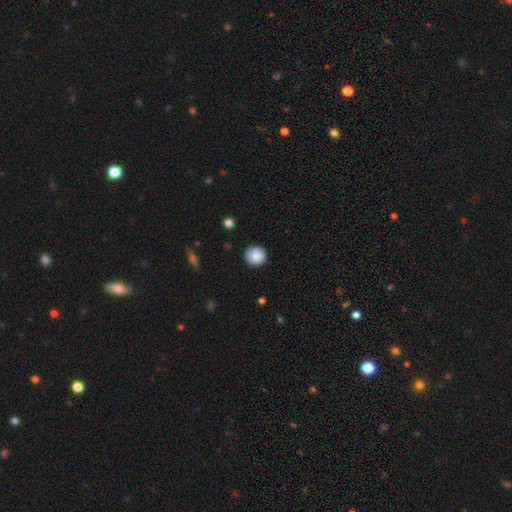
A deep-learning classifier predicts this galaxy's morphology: This is clearly a smooth galaxy (88%). How rounded: clearly round (92%). Merging: clearly none (87%).